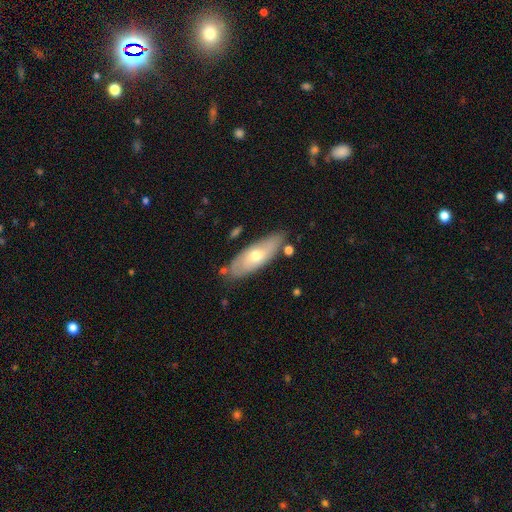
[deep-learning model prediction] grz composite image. It shows a smooth galaxy with no disk features (53%) that is in between round and cigar-shaped (70%). Merging: none (75%).